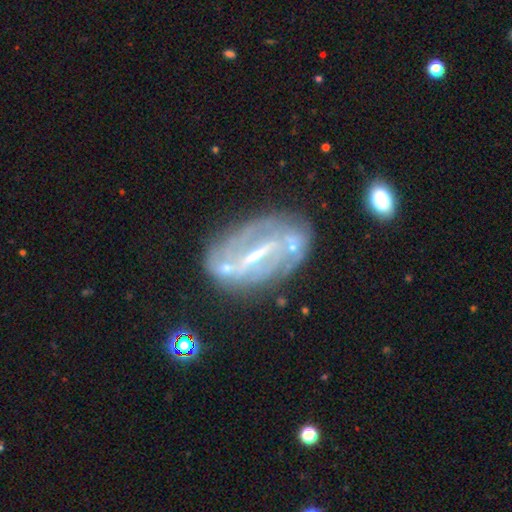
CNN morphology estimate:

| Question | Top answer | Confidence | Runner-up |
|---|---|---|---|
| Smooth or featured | featured or disk | 79% | smooth (12%) |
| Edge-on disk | no | 89% | yes (11%) |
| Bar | strong | 69% | weak (22%) |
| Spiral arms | yes | 71% | no (29%) |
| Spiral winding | tight | 39% | medium (36%) |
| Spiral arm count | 2 | 57% | can't tell (28%) |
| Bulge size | small | 51% | moderate (30%) |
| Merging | none | 64% | minor disturbance (20%) |